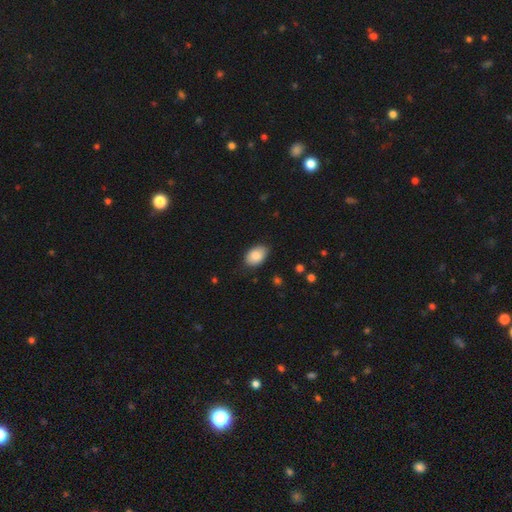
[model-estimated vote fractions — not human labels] Smooth or featured? smooth (86%)
How rounded? in between (89%)
Merging? none (79%)